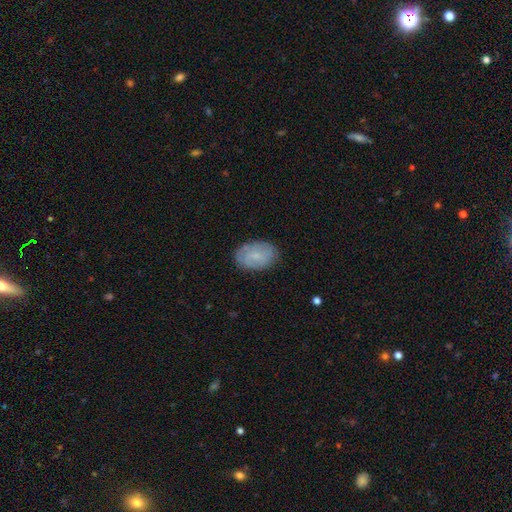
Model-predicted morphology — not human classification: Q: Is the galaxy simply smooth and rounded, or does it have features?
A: smooth — 55%.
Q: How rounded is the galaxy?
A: in between — 87%.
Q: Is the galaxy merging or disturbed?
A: none — 80%.